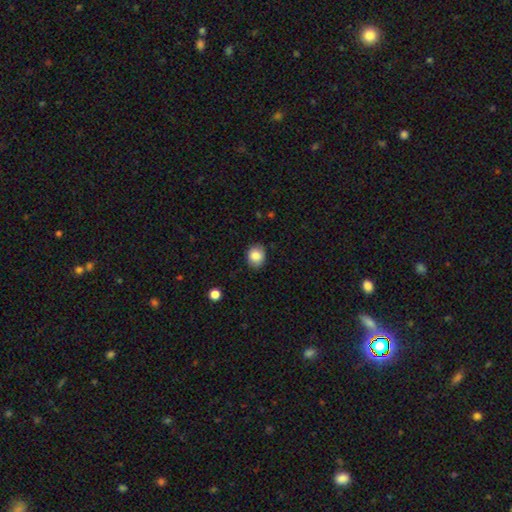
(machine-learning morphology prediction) Smooth or featured? smooth (85%)
How rounded? round (63%)
Merging? none (84%)